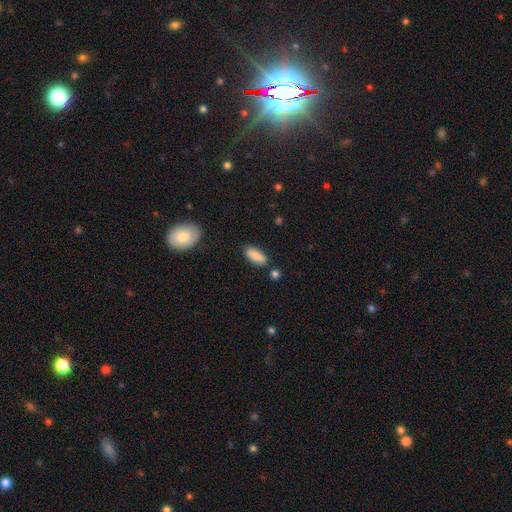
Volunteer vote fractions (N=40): This is clearly a smooth galaxy (85%). How rounded: likely in between (79%). Merging: likely none (77%).